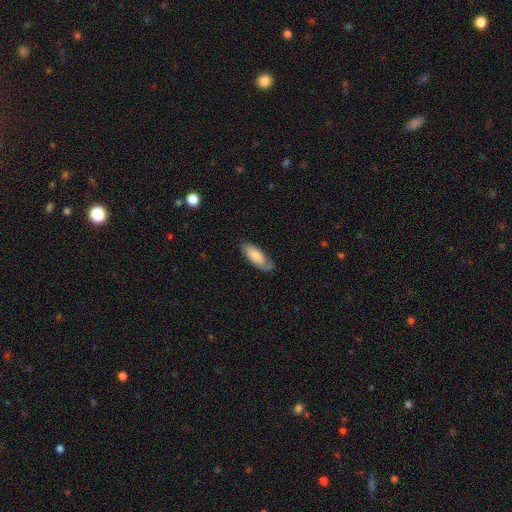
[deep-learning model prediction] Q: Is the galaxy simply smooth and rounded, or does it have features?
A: smooth — 75%.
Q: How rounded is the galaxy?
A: in between — 79%.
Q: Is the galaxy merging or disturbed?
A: none — 65%.